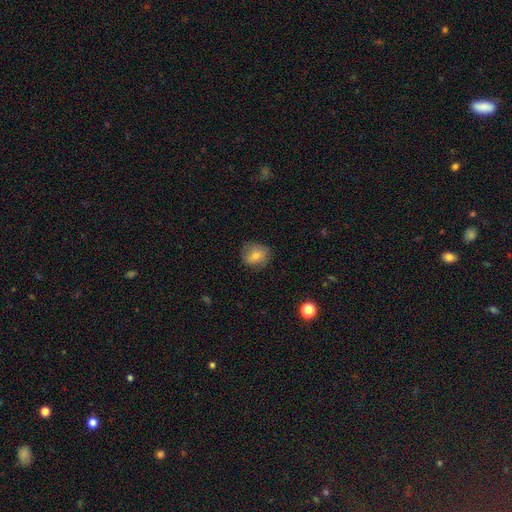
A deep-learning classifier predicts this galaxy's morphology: A smooth galaxy with no disk features (66%) that is round (64%). Merging: none (75%).